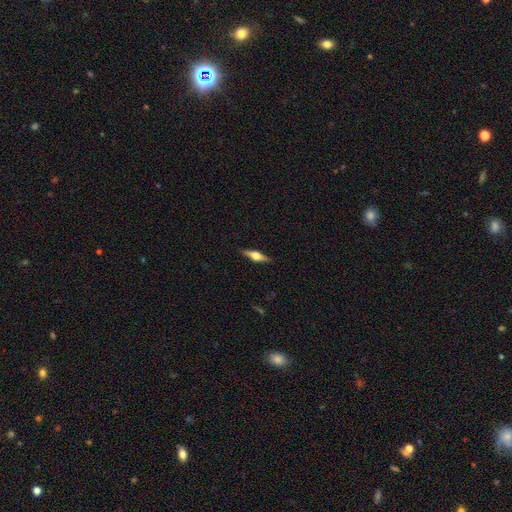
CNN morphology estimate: A featured or disk galaxy (68%) viewed edge-on (97%) with a rounded central bulge (93%). Merging: none (89%).